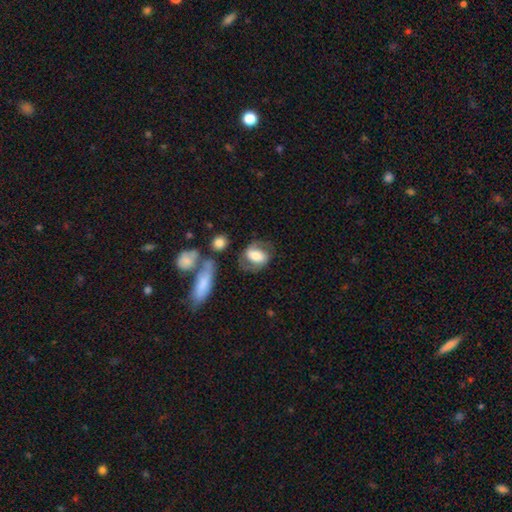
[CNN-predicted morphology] type=featured or disk (48%); merging=none (59%).